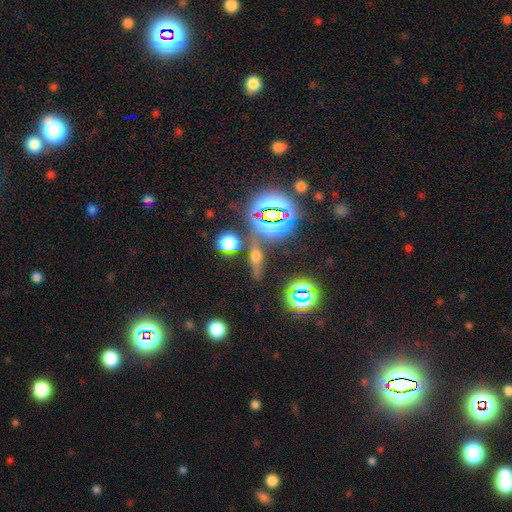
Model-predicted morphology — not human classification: Overall: star or artifact (38%; smooth 31%).